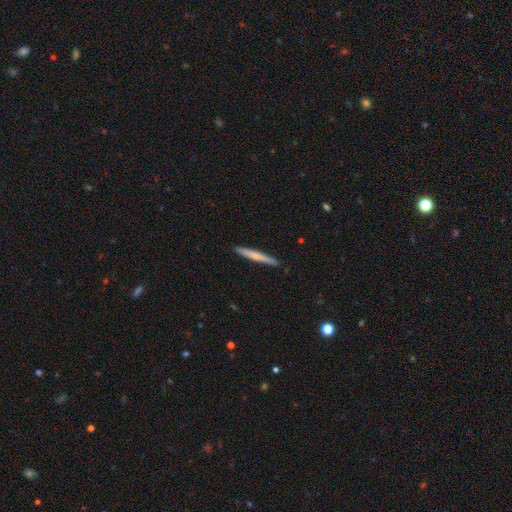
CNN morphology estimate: Overall: smooth (56%; featured or disk 39%). How rounded: cigar-shaped (97%). Merging: none (92%).